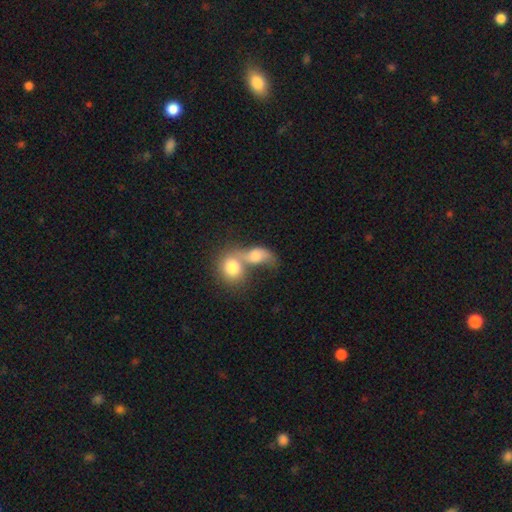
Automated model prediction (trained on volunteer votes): smooth-or-featured: smooth: 73% | featured or disk: 18% | star or artifact: 9%
  how-rounded: in between: 60% | round: 37% | cigar-shaped: 3%
  merging: merger: 67% | none: 16% | major disturbance: 9% | minor disturbance: 8%